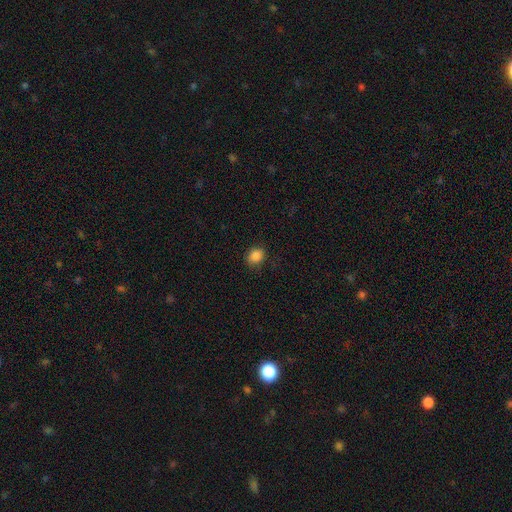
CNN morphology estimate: Q: Smooth or featured?
A: smooth (85%); runner-up: star or artifact (11%)
Q: How rounded?
A: round (63%); runner-up: in between (36%)
Q: Merging?
A: none (84%); runner-up: minor disturbance (12%)